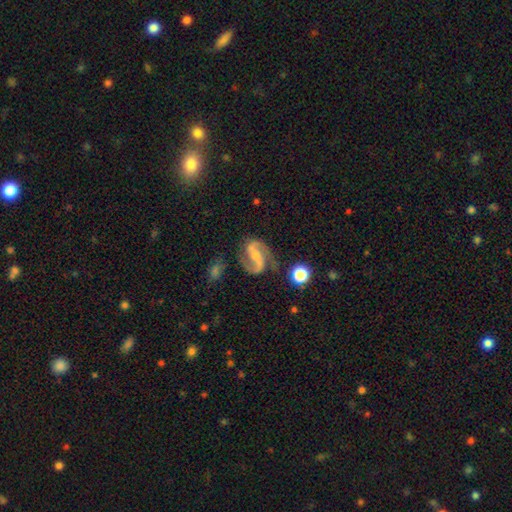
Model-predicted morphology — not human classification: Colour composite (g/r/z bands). It shows a featured or disk galaxy (90%) with a strong bar (37%), 2 (94%) medium (54%) spiral arms (98%) and a small central bulge (59%). Merging: none (75%).